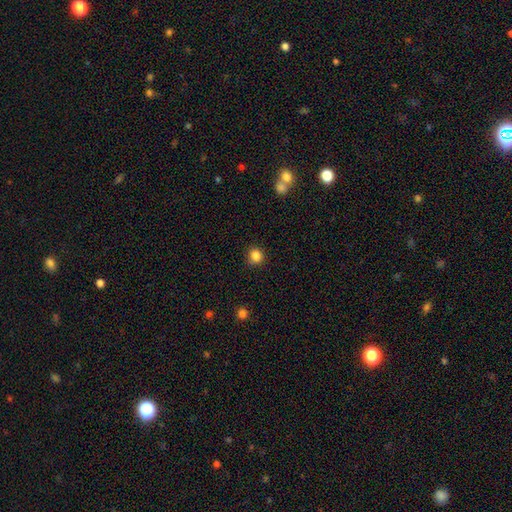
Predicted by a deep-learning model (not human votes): Smooth or featured?
  - smooth: 85% *
  - star or artifact: 12%
  - featured or disk: 4%
How rounded?
  - round: 88% *
  - in between: 11%
  - cigar-shaped: 1%
Merging?
  - none: 86% *
  - minor disturbance: 10%
  - major disturbance: 3%
  - merger: 2%